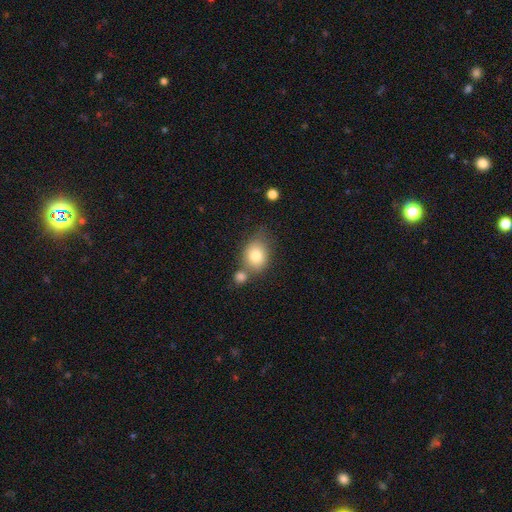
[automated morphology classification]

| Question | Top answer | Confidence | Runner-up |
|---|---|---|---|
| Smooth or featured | smooth | 80% | featured or disk (11%) |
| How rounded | round | 53% | in between (46%) |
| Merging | none | 49% | merger (29%) |